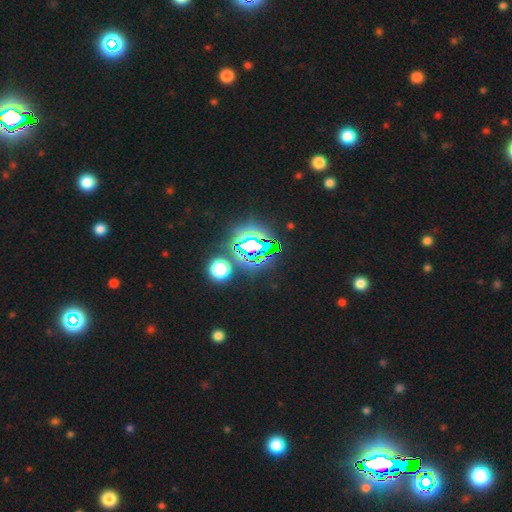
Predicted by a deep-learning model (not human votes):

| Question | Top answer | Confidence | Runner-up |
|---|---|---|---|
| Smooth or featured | star or artifact | 78% | smooth (14%) |